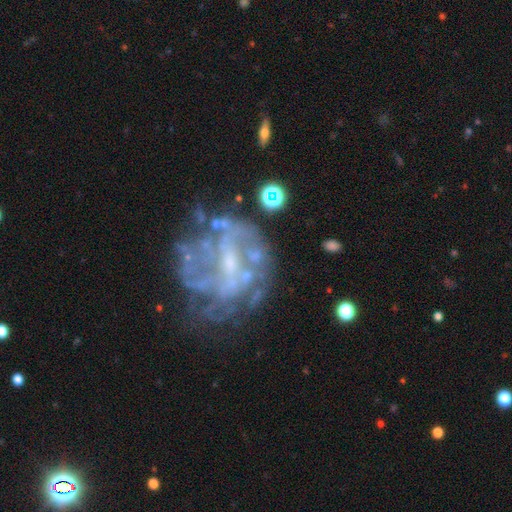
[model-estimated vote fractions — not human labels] Smooth or featured?
  - featured or disk: 76% *
  - star or artifact: 12%
  - smooth: 12%
Edge-on disk?
  - no: 97% *
  - yes: 3%
Bar?
  - no: 50% *
  - weak: 37%
  - strong: 13%
Spiral arms?
  - yes: 55% *
  - no: 45%
Bulge size?
  - small: 47% *
  - none: 26%
  - moderate: 24%
  - large: 2%
  - dominant: 1%
Merging?
  - none: 50% *
  - major disturbance: 25%
  - minor disturbance: 19%
  - merger: 6%